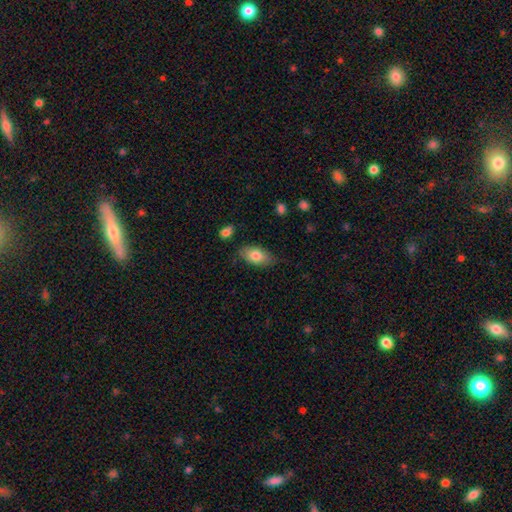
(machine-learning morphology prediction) smooth 77%, featured or disk 16%, star or artifact 7%. Down the decision tree: how rounded — in between (92%); merging — none (74%).